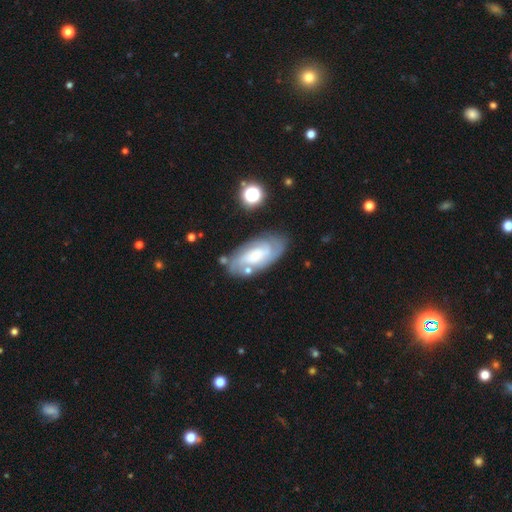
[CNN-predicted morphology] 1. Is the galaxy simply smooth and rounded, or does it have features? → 69% featured or disk, 24% smooth, 7% star or artifact.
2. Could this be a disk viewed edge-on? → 93% no, 7% yes.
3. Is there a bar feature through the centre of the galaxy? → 55% no, 35% weak, 10% strong.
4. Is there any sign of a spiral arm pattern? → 91% yes, 9% no.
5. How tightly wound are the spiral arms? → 56% tight, 34% medium, 10% loose.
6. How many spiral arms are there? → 37% can't tell, 34% 2, 16% 3, 5% 1, 5% 4, 3% more than 4.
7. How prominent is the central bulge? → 30% moderate, 26% small, 23% large, 18% none, 4% dominant.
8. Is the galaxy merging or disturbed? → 71% none, 18% minor disturbance, 7% major disturbance, 5% merger.